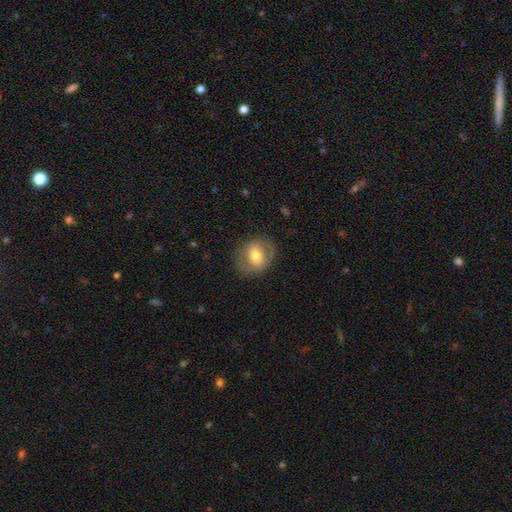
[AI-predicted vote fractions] Q: Smooth or featured?
A: smooth (52%); runner-up: featured or disk (40%)
Q: How rounded?
A: round (60%); runner-up: in between (39%)
Q: Merging?
A: none (77%); runner-up: minor disturbance (14%)